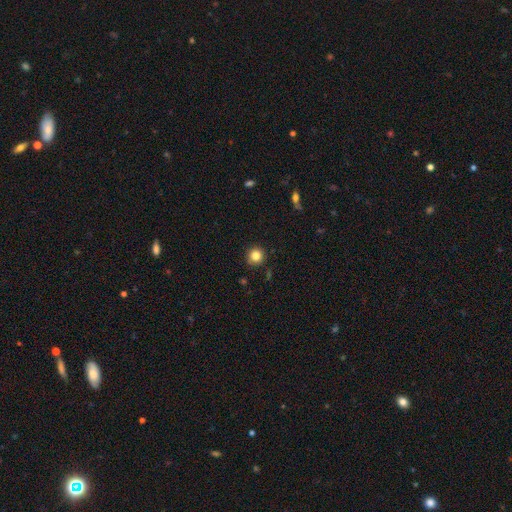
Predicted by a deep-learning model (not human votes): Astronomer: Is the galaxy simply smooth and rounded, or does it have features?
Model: smooth — 83%.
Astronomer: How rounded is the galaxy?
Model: round — 94%.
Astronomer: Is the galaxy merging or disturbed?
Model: none — 90%.